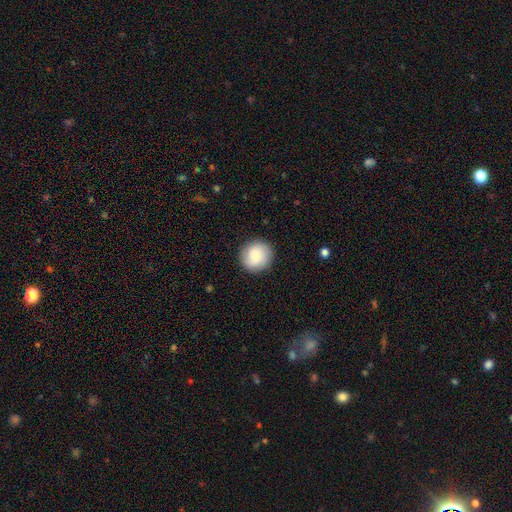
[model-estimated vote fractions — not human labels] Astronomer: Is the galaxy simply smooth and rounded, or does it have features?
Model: smooth — 76%.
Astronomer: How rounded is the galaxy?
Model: round — 90%.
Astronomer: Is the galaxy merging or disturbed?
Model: none — 88%.